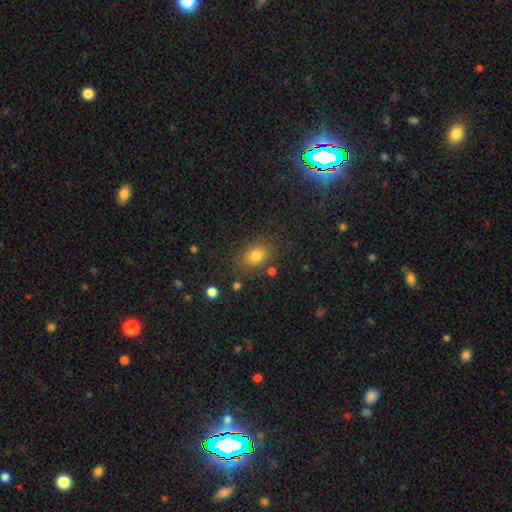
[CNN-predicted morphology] Smooth or featured?
  - smooth: 79% *
  - star or artifact: 12%
  - featured or disk: 9%
How rounded?
  - in between: 67% *
  - round: 32%
  - cigar-shaped: 1%
Merging?
  - none: 78% *
  - minor disturbance: 14%
  - major disturbance: 5%
  - merger: 4%